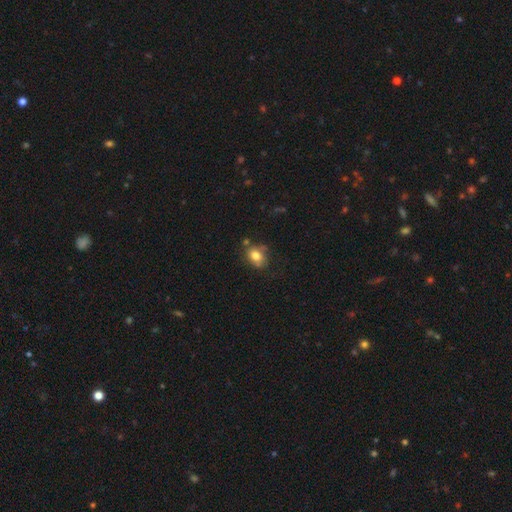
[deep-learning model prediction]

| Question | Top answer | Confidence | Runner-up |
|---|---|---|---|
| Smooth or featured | smooth | 77% | featured or disk (14%) |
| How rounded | in between | 61% | round (38%) |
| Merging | none | 56% | minor disturbance (26%) |